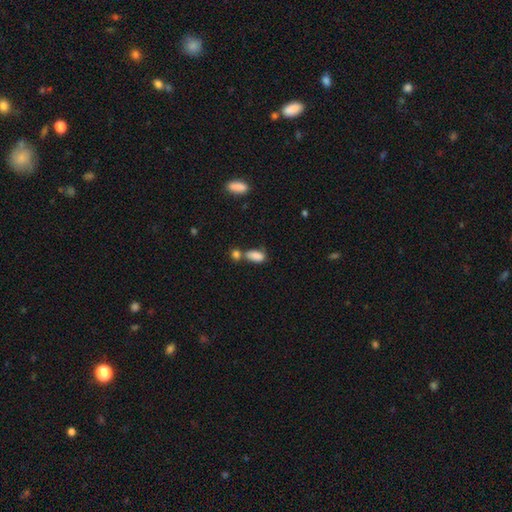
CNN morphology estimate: smooth 84%, star or artifact 9%, featured or disk 7%. Down the decision tree: how rounded — in between (88%); merging — merger (42%).